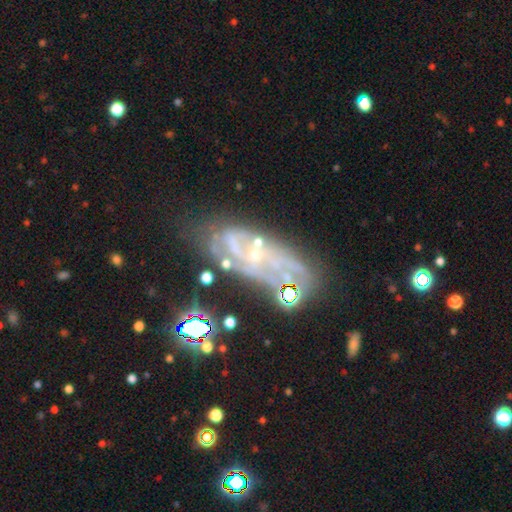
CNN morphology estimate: type=featured or disk (69%); edge-on=no (89%); bar=no (73%); spiral arms=yes (64%); bulge=small (71%); merging=none (54%).